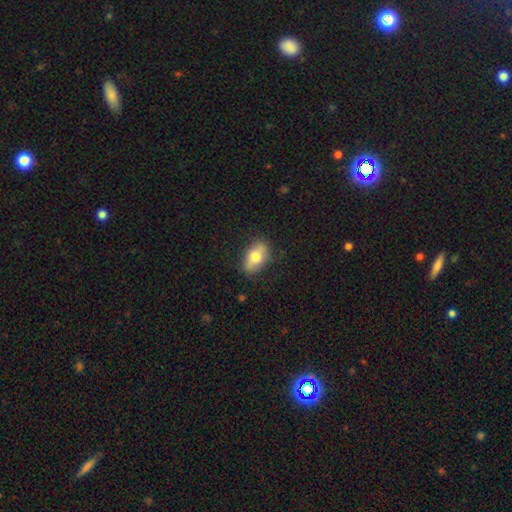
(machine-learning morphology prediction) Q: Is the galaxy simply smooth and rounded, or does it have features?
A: smooth — 74%.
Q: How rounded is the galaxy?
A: in between — 88%.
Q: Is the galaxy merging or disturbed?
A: none — 81%.